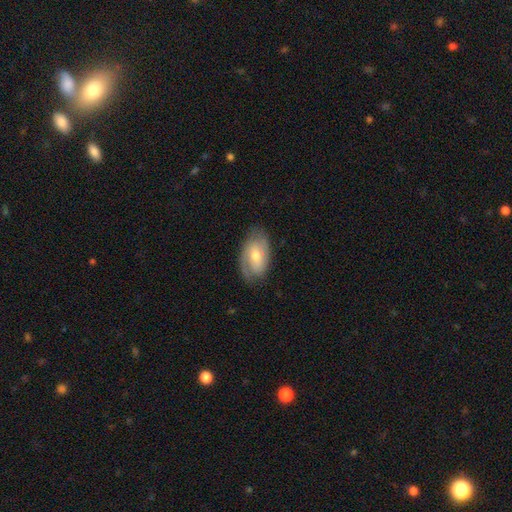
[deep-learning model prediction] smooth_or_featured: featured or disk (p=0.58) [alt: smooth p=0.36]
disk_edge_on: no (p=0.93) [alt: yes p=0.07]
bar: no (p=0.48) [alt: weak p=0.39]
has_spiral_arms: yes (p=0.81) [alt: no p=0.19]
bulge_size: moderate (p=0.60) [alt: small p=0.34]
merging: none (p=0.74) [alt: minor disturbance p=0.19]